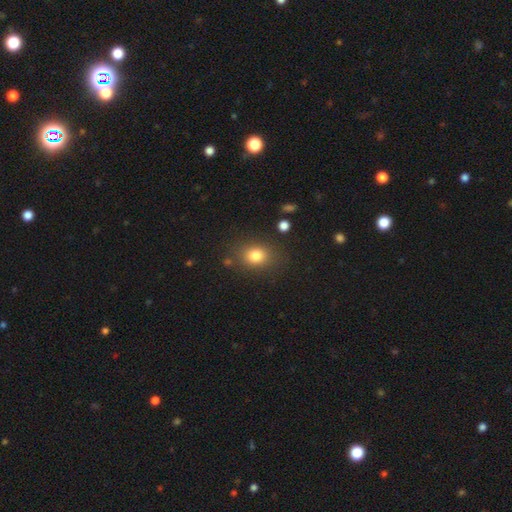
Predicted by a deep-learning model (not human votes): Smooth or featured? smooth (80%)
How rounded? round (53%)
Merging? none (80%)